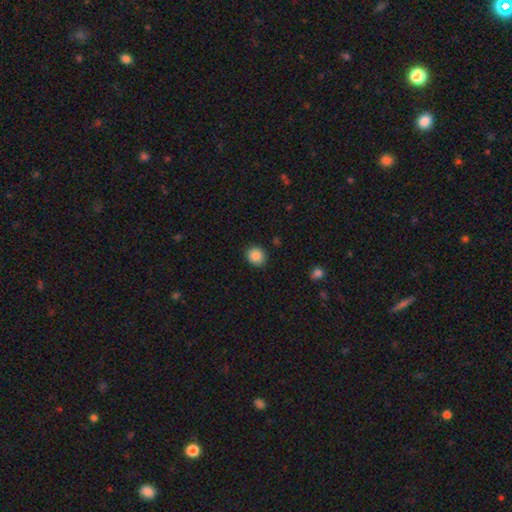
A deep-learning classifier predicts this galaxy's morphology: Smooth or featured?
  - smooth: 86% *
  - star or artifact: 9%
  - featured or disk: 5%
How rounded?
  - round: 79% *
  - in between: 20%
  - cigar-shaped: 1%
Merging?
  - none: 90% *
  - minor disturbance: 7%
  - major disturbance: 2%
  - merger: 1%